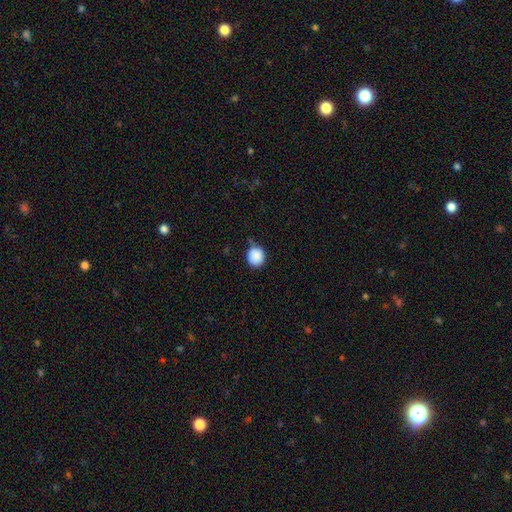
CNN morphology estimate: A smooth galaxy with no disk features (88%) that is round (85%). Merging: none (70%).